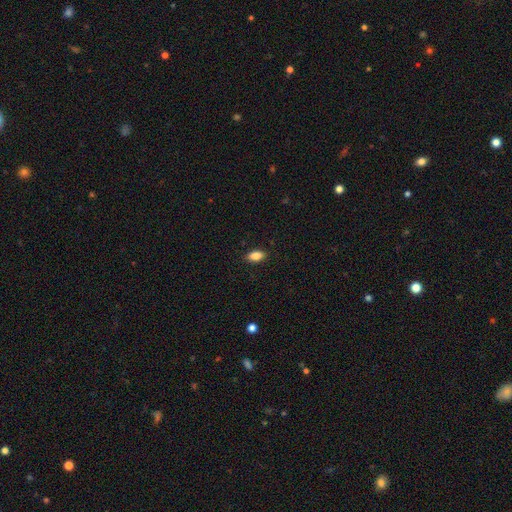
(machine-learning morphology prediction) Smooth or featured: smooth — 87% (star or artifact — 8%)
How rounded: in between — 89% (cigar-shaped — 6%)
Merging: none — 88% (minor disturbance — 9%)